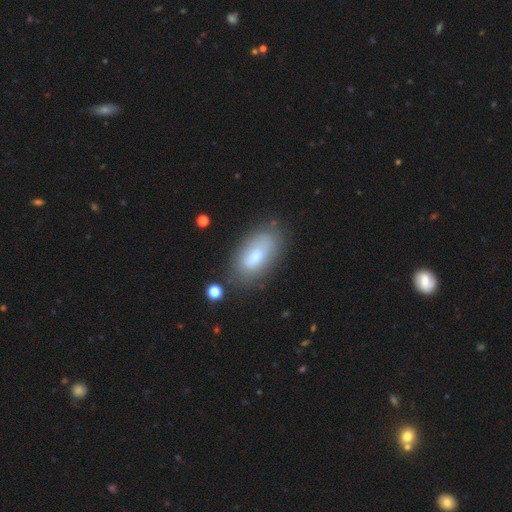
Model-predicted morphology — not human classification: Smooth or featured? smooth (67%)
How rounded? in between (92%)
Merging? none (75%)